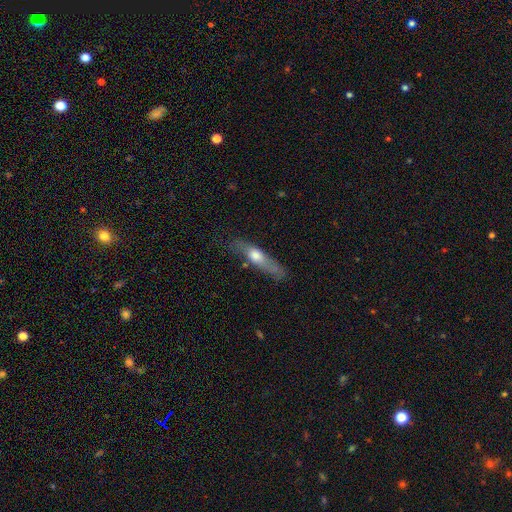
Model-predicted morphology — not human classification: Smooth or featured? smooth (53%)
How rounded? cigar-shaped (74%)
Merging? none (65%)